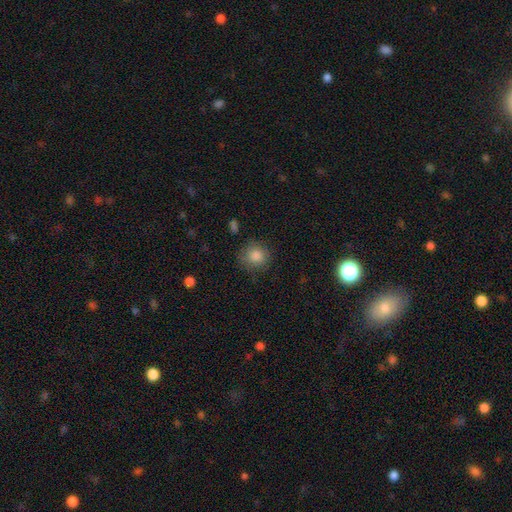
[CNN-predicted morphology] smooth_or_featured: smooth (p=0.85) [alt: star or artifact p=0.10]
how_rounded: round (p=0.86) [alt: in between p=0.13]
merging: none (p=0.80) [alt: minor disturbance p=0.14]